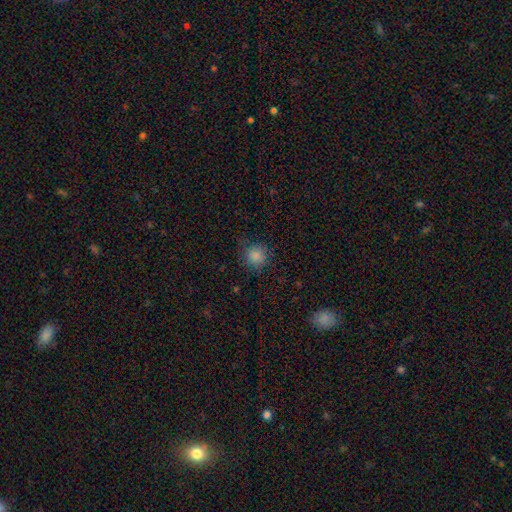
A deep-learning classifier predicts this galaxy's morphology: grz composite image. It shows a smooth galaxy with no disk features (84%) that is round (92%). Merging: none (83%).